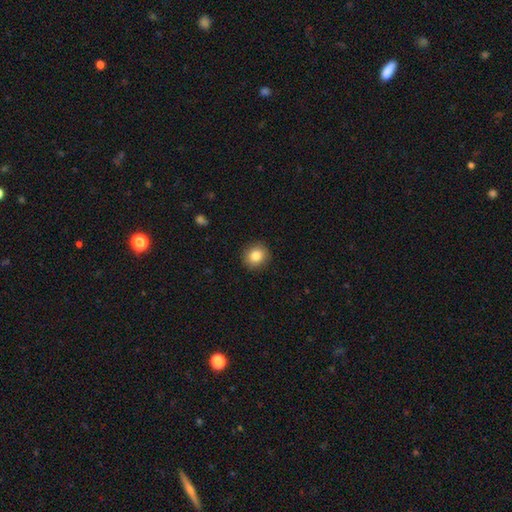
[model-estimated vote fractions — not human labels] This appears to be a smooth galaxy with no disk features (84%) that is round (84%). Merging: none (91%).